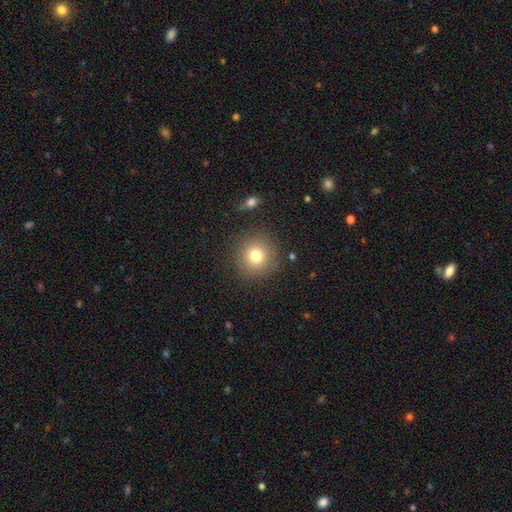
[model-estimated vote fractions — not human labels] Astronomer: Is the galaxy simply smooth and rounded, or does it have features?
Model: smooth — 77%.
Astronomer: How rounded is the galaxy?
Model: round — 93%.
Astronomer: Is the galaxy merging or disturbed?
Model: none — 88%.